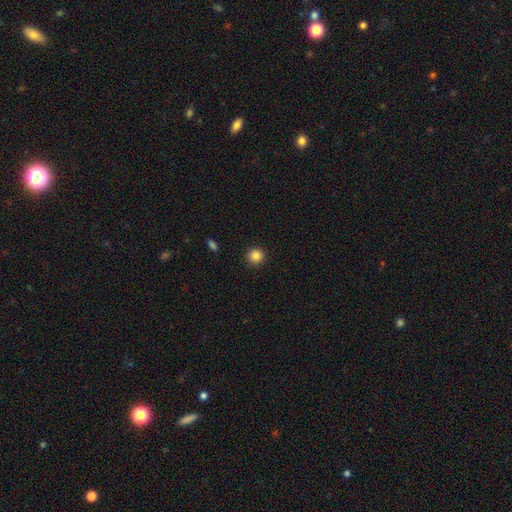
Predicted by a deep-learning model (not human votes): A smooth galaxy with no disk features (85%) that is round (93%).

Vote fractions:
- Smooth or featured? smooth: 85% / star or artifact: 11% / featured or disk: 4%
- How rounded? round: 93% / in between: 6% / cigar-shaped: 1%
- Merging? none: 92% / minor disturbance: 5% / major disturbance: 2% / merger: 1%